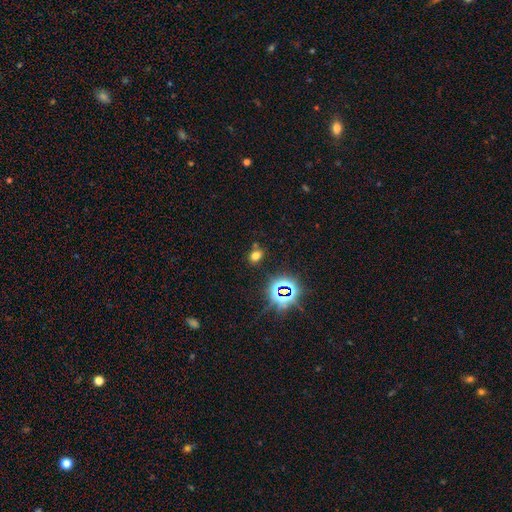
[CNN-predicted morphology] Overall: smooth (62%; star or artifact 30%). How rounded: in between (56%; round 42%). Merging: none (76%).